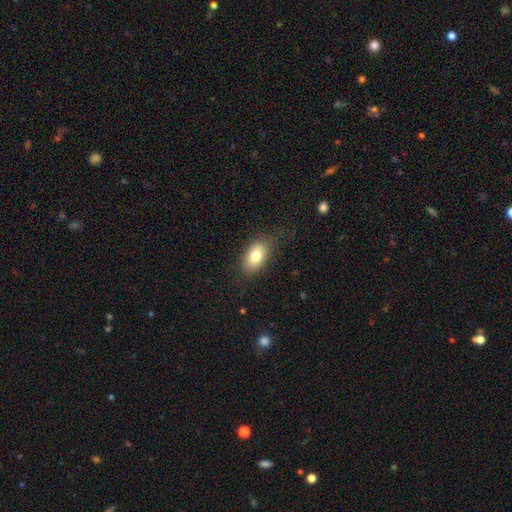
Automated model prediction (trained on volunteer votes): The model was most divided on "merging": none: 79%, minor disturbance: 15%, major disturbance: 5%, merger: 1%. More confident: how rounded — in between (89%); smooth or featured — smooth (78%).